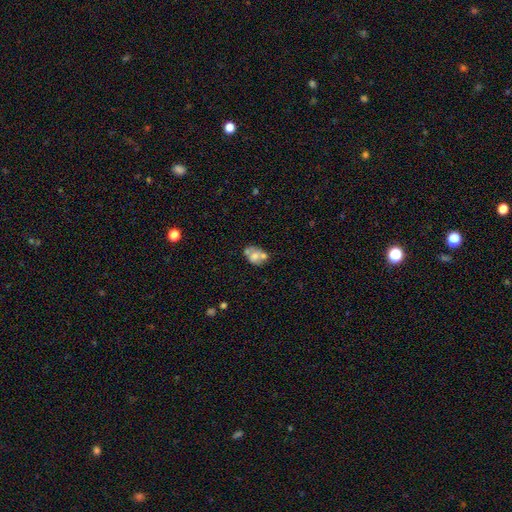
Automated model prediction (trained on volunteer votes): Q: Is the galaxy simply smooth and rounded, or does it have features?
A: smooth — 55%.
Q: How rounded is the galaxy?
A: in between — 58%.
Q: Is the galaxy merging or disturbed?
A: merger — 39%.